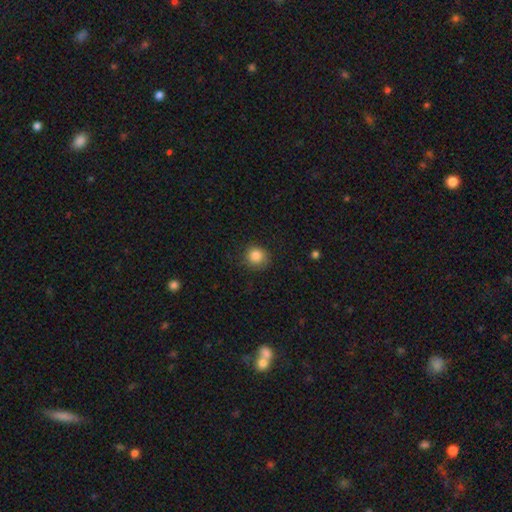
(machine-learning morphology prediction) Smooth or featured? Predicted: smooth (p=0.85). How rounded? Predicted: round (p=0.88). Merging? Predicted: none (p=0.82).